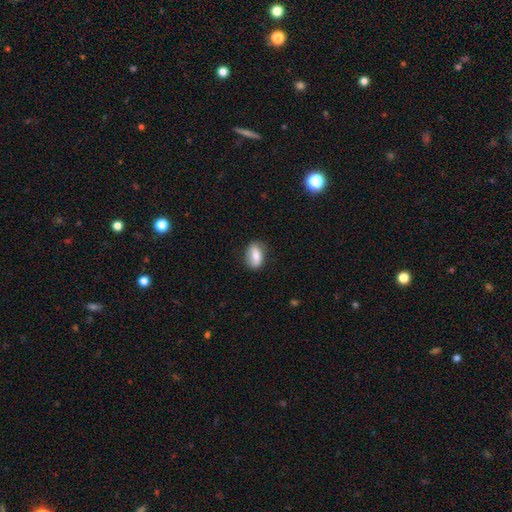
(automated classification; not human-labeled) smooth-or-featured: smooth: 76% | featured or disk: 17% | star or artifact: 7%
  how-rounded: in between: 86% | round: 8% | cigar-shaped: 6%
  merging: none: 80% | minor disturbance: 16% | major disturbance: 3% | merger: 1%